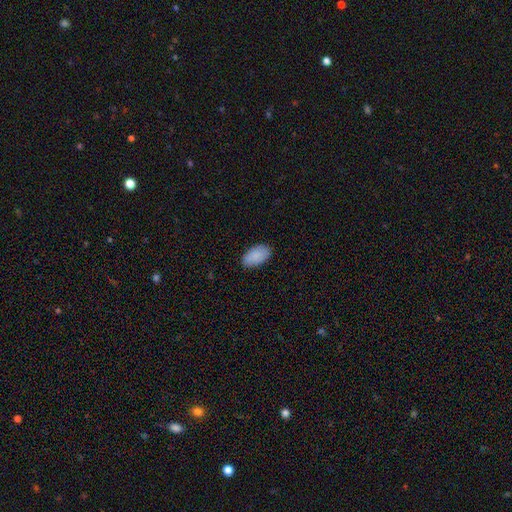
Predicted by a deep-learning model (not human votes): A smooth galaxy with no disk features (89%) that is in between round and cigar-shaped (95%).

Vote fractions:
- Smooth or featured? smooth: 89% / star or artifact: 6% / featured or disk: 5%
- How rounded? in between: 95% / round: 3% / cigar-shaped: 2%
- Merging? none: 85% / minor disturbance: 12% / major disturbance: 2% / merger: 1%